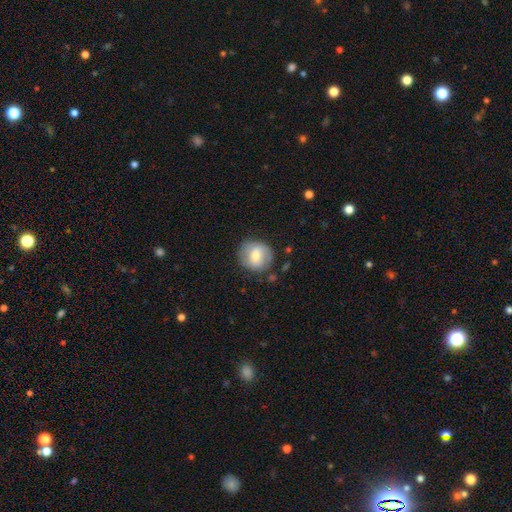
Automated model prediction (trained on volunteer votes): smooth-or-featured: smooth: 62% | featured or disk: 31% | star or artifact: 7%
  how-rounded: round: 84% | in between: 15% | cigar-shaped: 1%
  merging: none: 77% | minor disturbance: 15% | major disturbance: 5% | merger: 3%